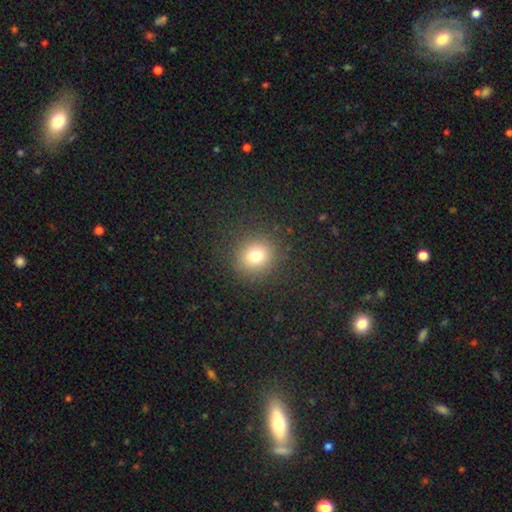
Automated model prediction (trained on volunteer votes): smooth-or-featured: smooth: 75% | star or artifact: 16% | featured or disk: 9%
  how-rounded: round: 89% | in between: 10% | cigar-shaped: 1%
  merging: none: 88% | minor disturbance: 7% | major disturbance: 4% | merger: 1%